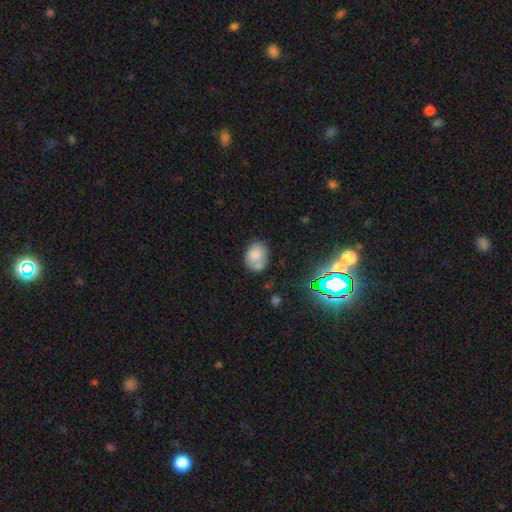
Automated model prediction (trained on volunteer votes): smooth-or-featured: smooth: 76% | featured or disk: 12% | star or artifact: 12%
  how-rounded: in between: 60% | round: 39% | cigar-shaped: 1%
  merging: none: 61% | minor disturbance: 24% | merger: 9% | major disturbance: 7%